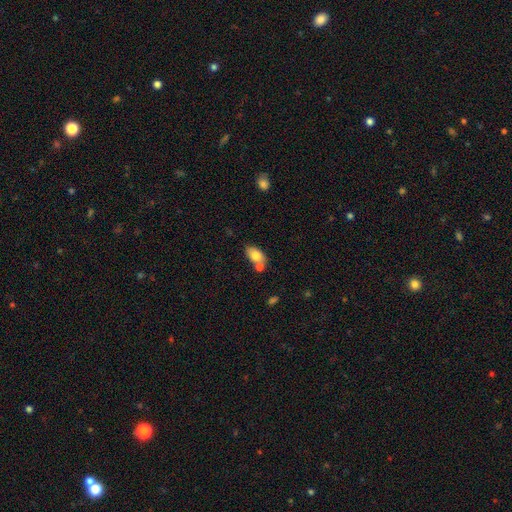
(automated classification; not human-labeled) Smooth or featured? smooth (78%)
How rounded? in between (88%)
Merging? none (49%)